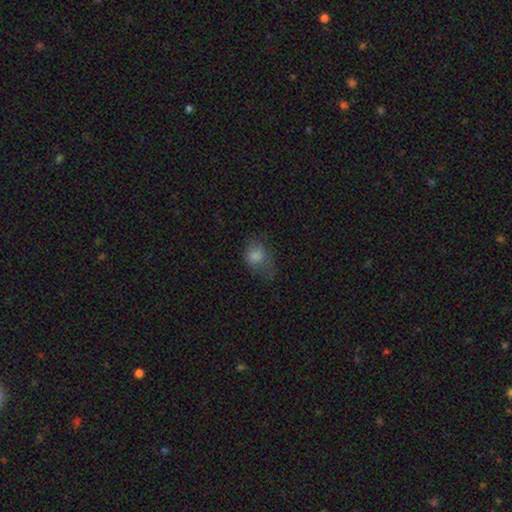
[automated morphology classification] Smooth or featured? Predicted: smooth (p=0.74). How rounded? Predicted: in between (p=0.61). Merging? Predicted: none (p=0.42).